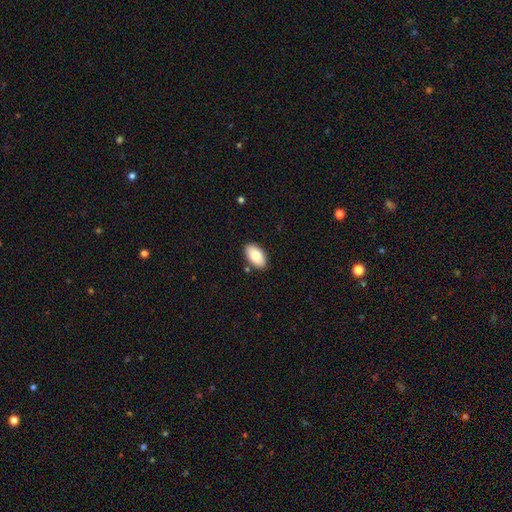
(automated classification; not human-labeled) smooth 79%, featured or disk 15%, star or artifact 6%. Down the decision tree: how rounded — in between (95%); merging — none (87%).